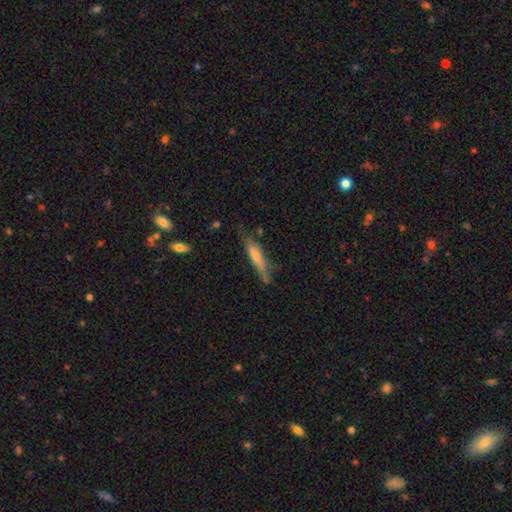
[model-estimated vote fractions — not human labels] smooth_or_featured: smooth (p=0.53) [alt: featured or disk p=0.40]
how_rounded: cigar-shaped (p=0.89) [alt: in between p=0.09]
merging: none (p=0.69) [alt: minor disturbance p=0.23]